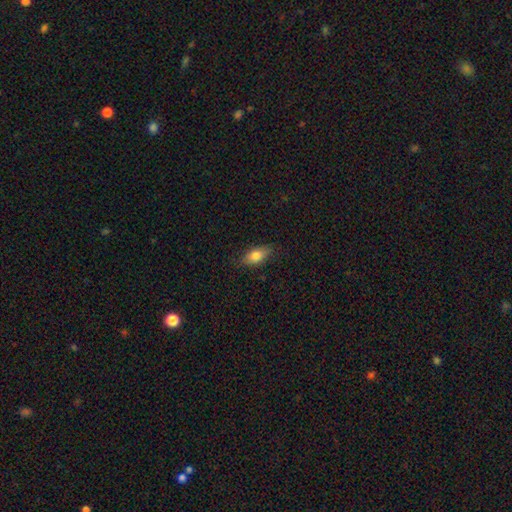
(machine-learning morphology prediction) type=smooth (78%); roundness=in between (85%); merging=none (80%).